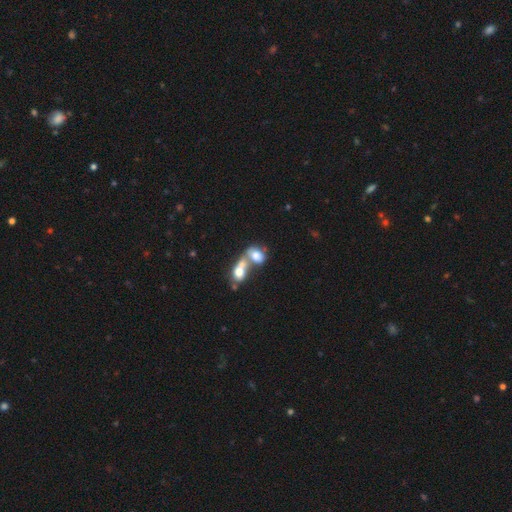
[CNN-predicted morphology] smooth 68%, featured or disk 22%, star or artifact 10%. Down the decision tree: how rounded — in between (77%); merging — merger (74%).